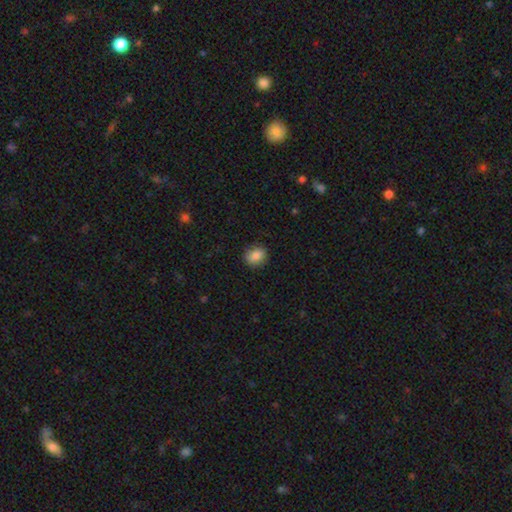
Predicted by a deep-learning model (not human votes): smooth-or-featured: smooth: 86% | star or artifact: 9% | featured or disk: 5%
  how-rounded: round: 55% | in between: 44% | cigar-shaped: 1%
  merging: none: 86% | minor disturbance: 11% | major disturbance: 3% | merger: 1%